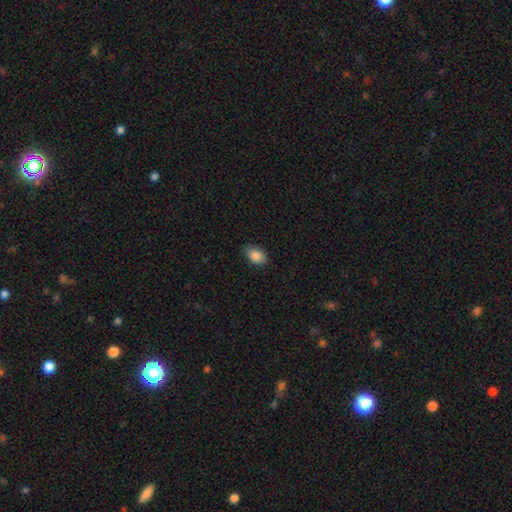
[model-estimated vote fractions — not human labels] This appears to be a smooth galaxy with no disk features (88%) that is in between round and cigar-shaped (86%). Merging: none (79%).